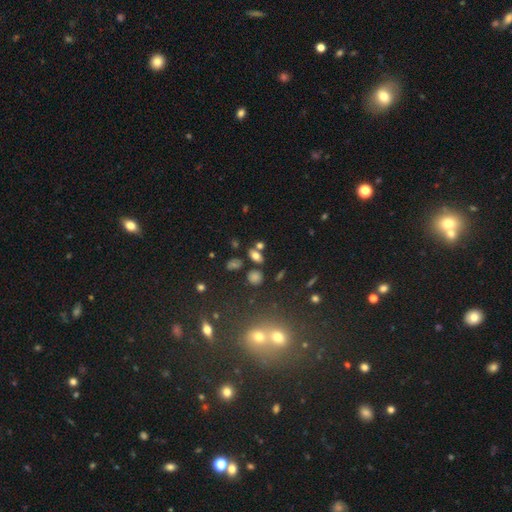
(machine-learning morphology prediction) Overall: smooth (68%). How rounded: in between (77%). Merging: none (68%).